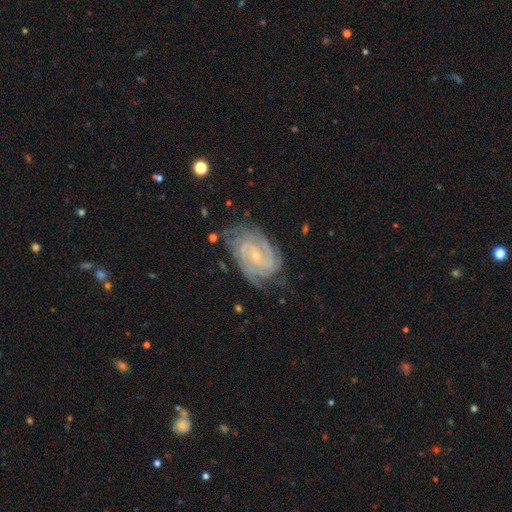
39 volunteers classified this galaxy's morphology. Smooth or featured? 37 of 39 (95%) said featured or disk. Edge-on disk? 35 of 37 (95%) said no. Bar? 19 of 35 (54%) said no. Spiral arms? 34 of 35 (97%) said yes. Spiral winding? 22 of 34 (65%) said tight. Spiral arm count? 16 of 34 (47%) said 2. Bulge size? 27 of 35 (77%) said small. Merging? 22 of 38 (58%) said none.